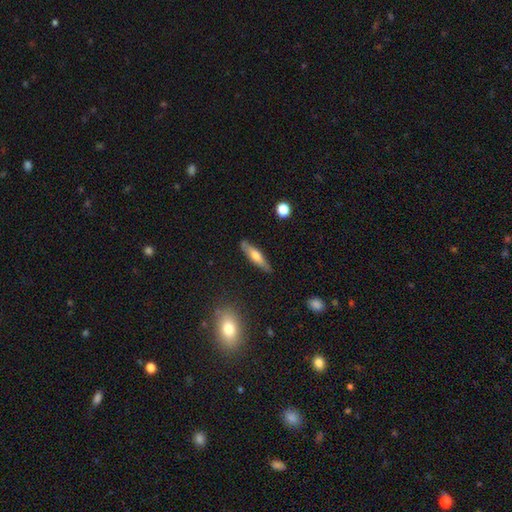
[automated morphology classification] A smooth galaxy with no disk features (52%) that is cigar-shaped (77%).

Vote fractions:
- Smooth or featured? smooth: 52% / featured or disk: 42% / star or artifact: 6%
- How rounded? cigar-shaped: 77% / in between: 21% / round: 2%
- Merging? none: 83% / minor disturbance: 13% / major disturbance: 2% / merger: 2%